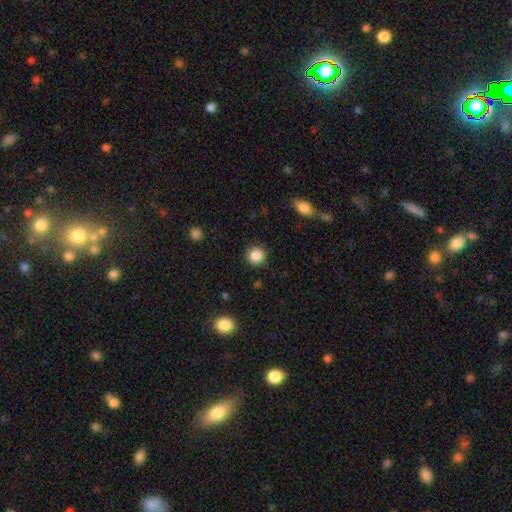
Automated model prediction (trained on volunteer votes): A smooth galaxy with no disk features (86%) that is round (93%). Merging: none (90%).